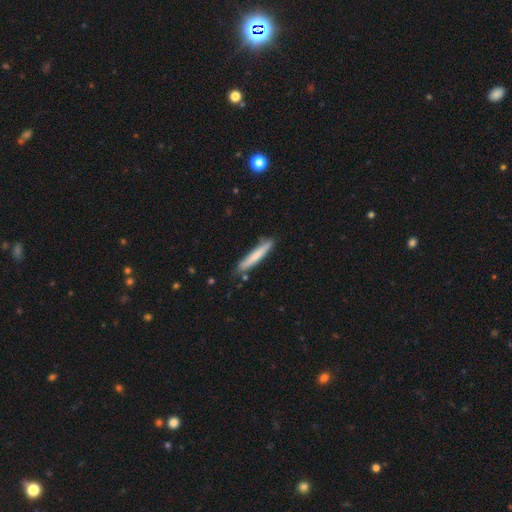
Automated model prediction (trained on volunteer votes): A smooth galaxy with no disk features (68%) that is cigar-shaped (94%).

Vote fractions:
- Smooth or featured? smooth: 68% / featured or disk: 26% / star or artifact: 5%
- How rounded? cigar-shaped: 94% / in between: 5% / round: 1%
- Merging? none: 83% / minor disturbance: 13% / merger: 2% / major disturbance: 2%